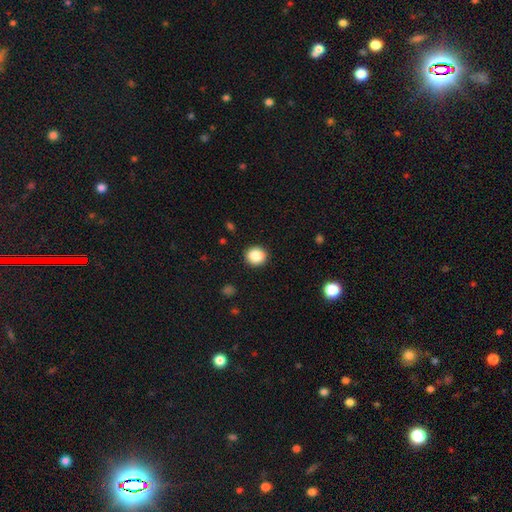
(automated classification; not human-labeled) Smooth or featured?
  - smooth: 88% *
  - star or artifact: 9%
  - featured or disk: 4%
How rounded?
  - round: 88% *
  - in between: 11%
  - cigar-shaped: 1%
Merging?
  - none: 91% *
  - minor disturbance: 6%
  - major disturbance: 2%
  - merger: 1%